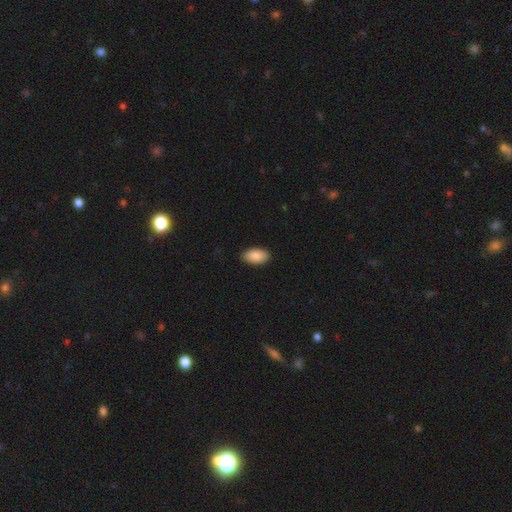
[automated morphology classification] Q: Smooth or featured?
A: smooth (89%); runner-up: star or artifact (6%)
Q: How rounded?
A: in between (94%); runner-up: round (4%)
Q: Merging?
A: none (90%); runner-up: minor disturbance (7%)